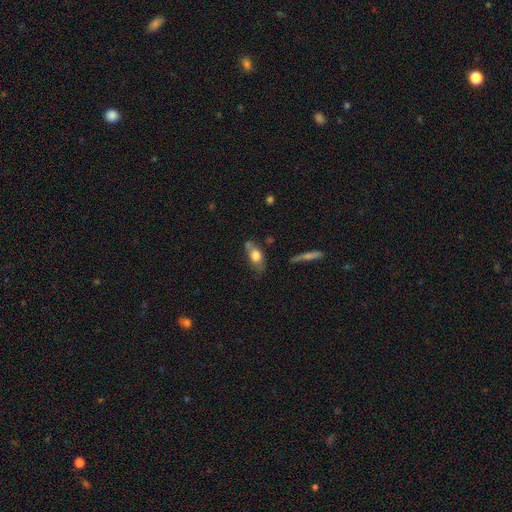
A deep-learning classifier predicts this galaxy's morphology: Smooth or featured?
  - smooth: 69% *
  - featured or disk: 23%
  - star or artifact: 8%
How rounded?
  - in between: 78% *
  - cigar-shaped: 13%
  - round: 9%
Merging?
  - none: 50% *
  - minor disturbance: 27%
  - merger: 13%
  - major disturbance: 10%